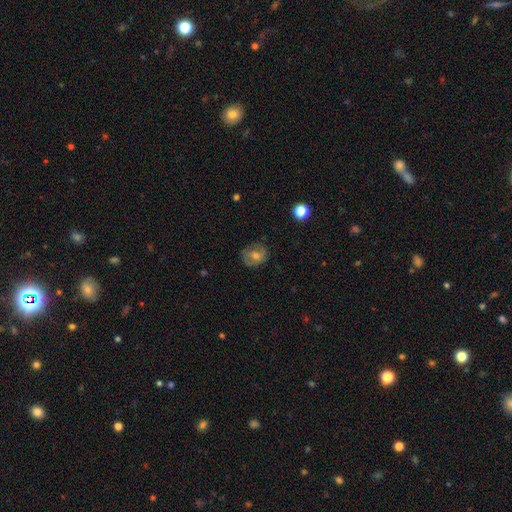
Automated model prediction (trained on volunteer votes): A smooth galaxy with no disk features (46%).

Vote fractions:
- Smooth or featured? smooth: 46% / featured or disk: 42% / star or artifact: 12%
- Merging? none: 75% / minor disturbance: 18% / major disturbance: 6% / merger: 1%